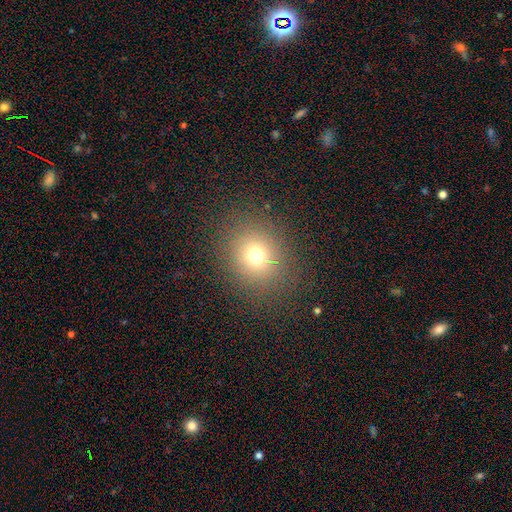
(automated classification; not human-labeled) A smooth galaxy with no disk features (70%) that is round (78%). Merging: none (85%).